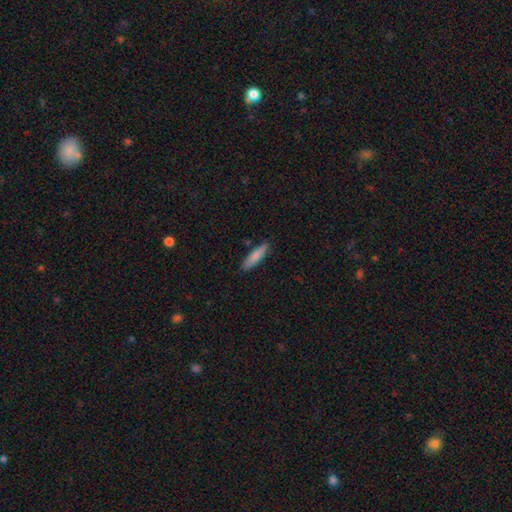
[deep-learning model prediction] Overall: smooth (84%). How rounded: cigar-shaped (72%). Merging: none (86%).